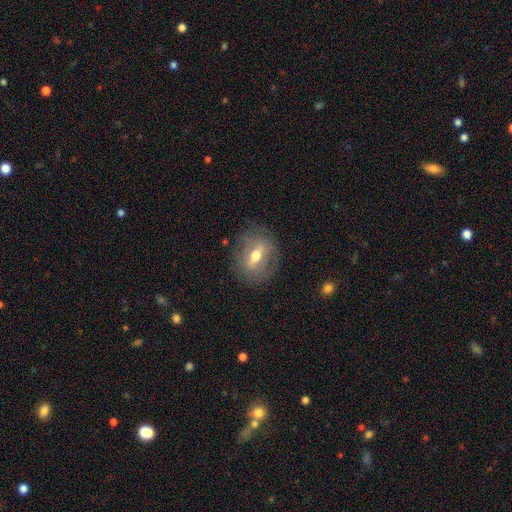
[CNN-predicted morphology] Overall: featured or disk (58%; smooth 33%). Edge-on disk: no (61%; yes 39%). Merging: none (81%).